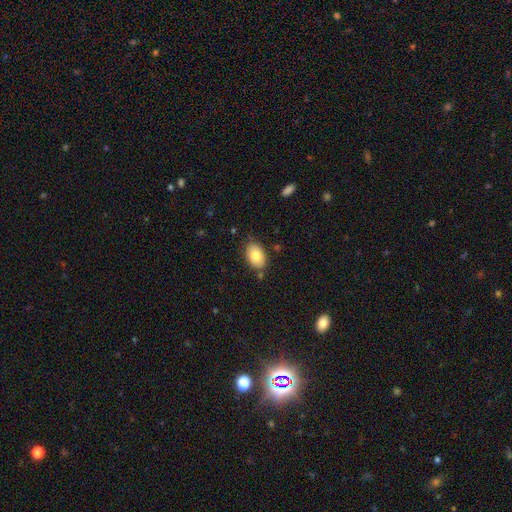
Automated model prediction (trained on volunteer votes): A smooth galaxy with no disk features (81%) that is in between round and cigar-shaped (87%).

Vote fractions:
- Smooth or featured? smooth: 81% / featured or disk: 12% / star or artifact: 7%
- How rounded? in between: 87% / round: 12% / cigar-shaped: 1%
- Merging? none: 78% / minor disturbance: 15% / merger: 3% / major disturbance: 3%